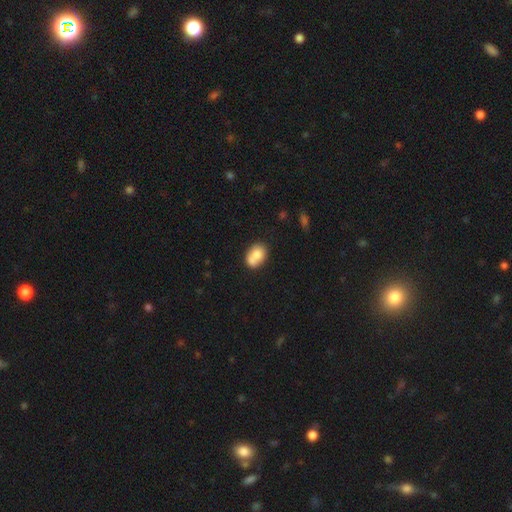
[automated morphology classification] smooth-or-featured: smooth: 73% | featured or disk: 18% | star or artifact: 8%
  how-rounded: in between: 60% | round: 39% | cigar-shaped: 1%
  merging: merger: 47% | none: 35% | minor disturbance: 13% | major disturbance: 5%